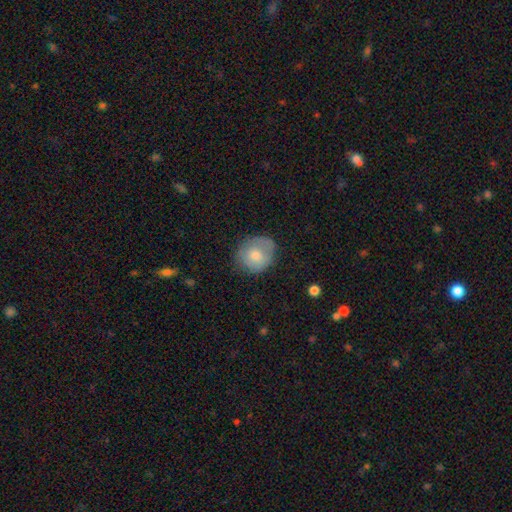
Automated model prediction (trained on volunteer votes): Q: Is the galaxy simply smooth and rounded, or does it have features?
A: smooth — 71%.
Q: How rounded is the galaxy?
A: round — 79%.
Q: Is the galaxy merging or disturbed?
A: none — 62%.